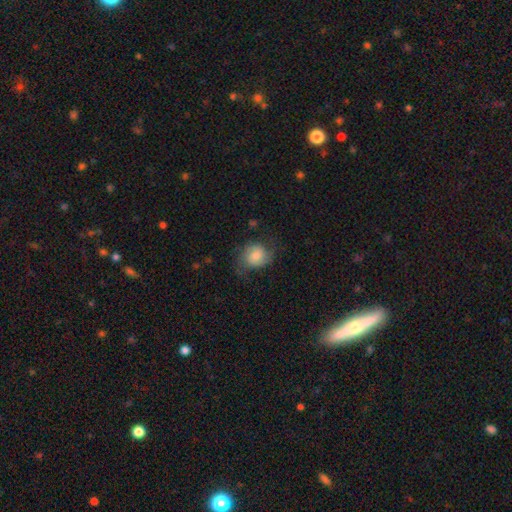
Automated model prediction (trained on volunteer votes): This appears to be a smooth galaxy with no disk features (48%). Merging: none (62%).